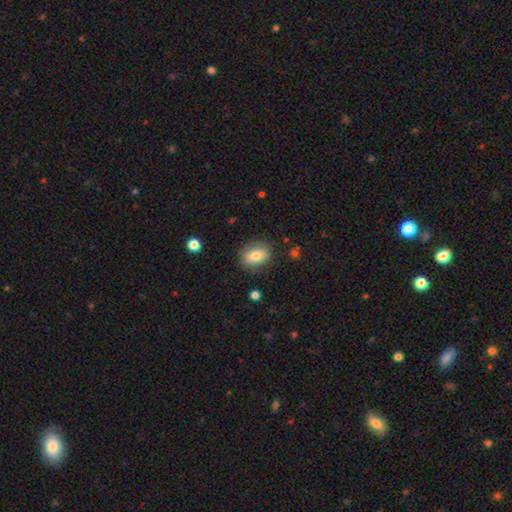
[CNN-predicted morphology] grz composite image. It shows a smooth galaxy with no disk features (77%) that is in between round and cigar-shaped (68%). Merging: none (83%).